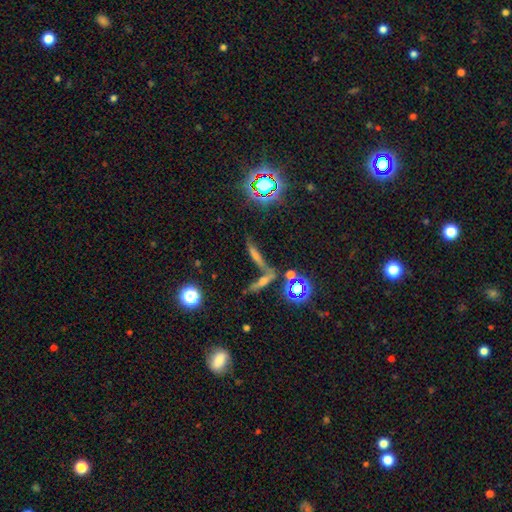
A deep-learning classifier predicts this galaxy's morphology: smooth-or-featured: smooth: 39% | featured or disk: 31% | star or artifact: 29%
  merging: none: 47% | merger: 36% | minor disturbance: 10% | major disturbance: 6%